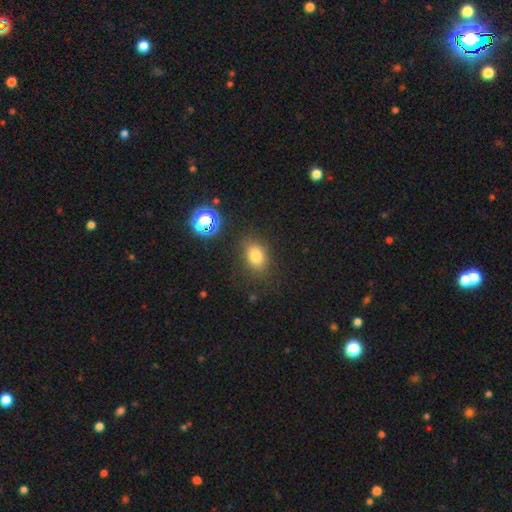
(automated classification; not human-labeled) Morphology: type=smooth (77%); roundness=in between (73%); merging=none (80%).